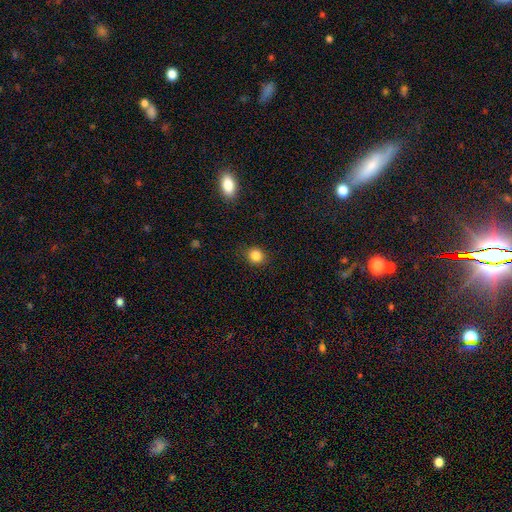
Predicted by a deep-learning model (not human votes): Smooth or featured: smooth — 85% (star or artifact — 11%)
How rounded: round — 80% (in between — 19%)
Merging: none — 87% (minor disturbance — 9%)